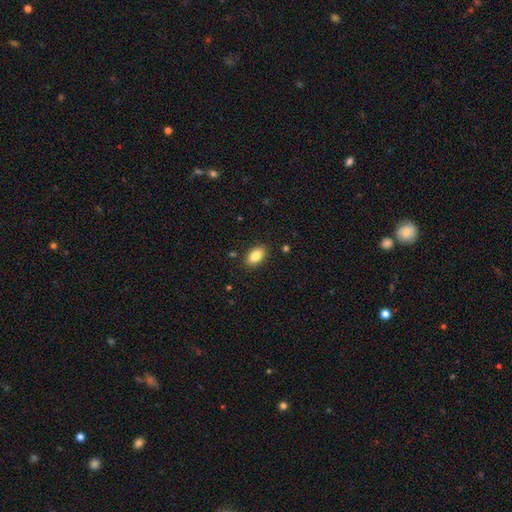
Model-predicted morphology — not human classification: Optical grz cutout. It shows a smooth galaxy with no disk features (85%) that is in between round and cigar-shaped (92%). Merging: none (88%).